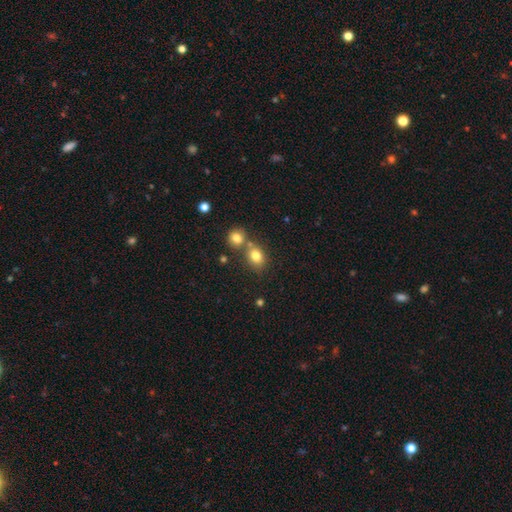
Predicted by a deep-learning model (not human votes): smooth_or_featured: smooth (p=0.79) [alt: star or artifact p=0.12]
how_rounded: round (p=0.50) [alt: in between p=0.49]
merging: none (p=0.54) [alt: merger p=0.33]